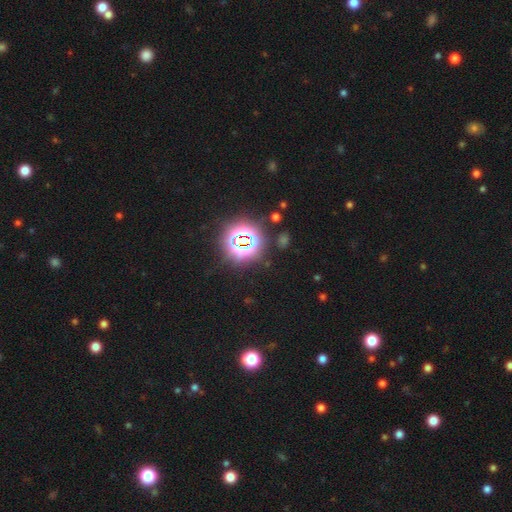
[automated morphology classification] A star or artifact, not a galaxy (80%).

Vote fractions:
- Smooth or featured? star or artifact: 80% / smooth: 15% / featured or disk: 5%